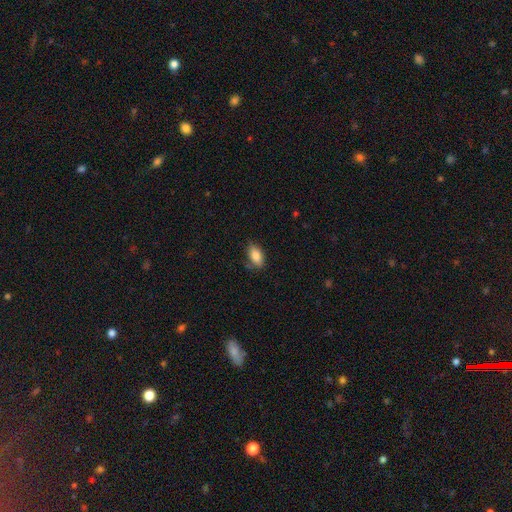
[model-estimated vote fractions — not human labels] Smooth or featured? Predicted: smooth (p=0.85). How rounded? Predicted: in between (p=0.90). Merging? Predicted: none (p=0.74).